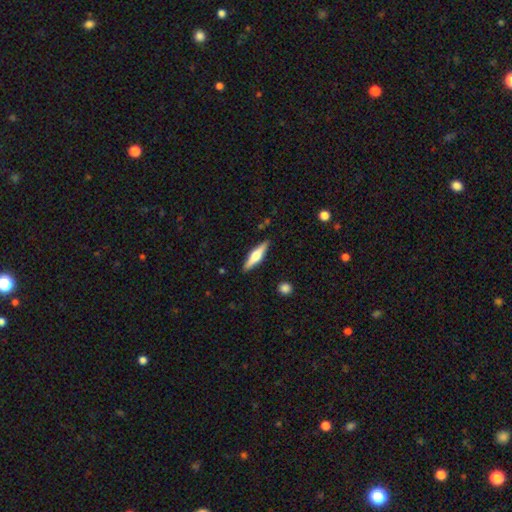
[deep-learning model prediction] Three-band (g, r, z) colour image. It shows a featured or disk galaxy (51%) viewed edge-on (96%). Merging: none (89%).